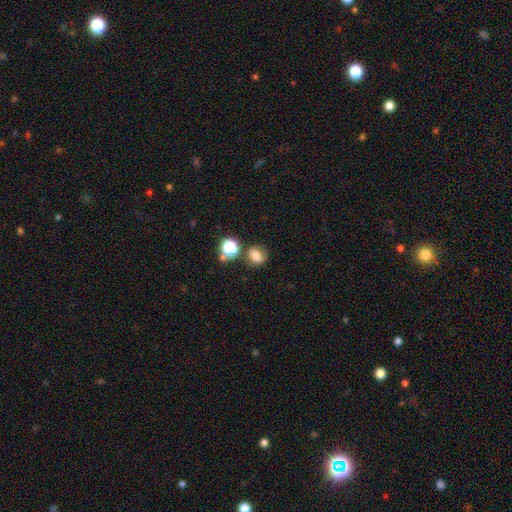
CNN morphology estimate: Smooth or featured? smooth (73%)
How rounded? round (54%)
Merging? none (65%)